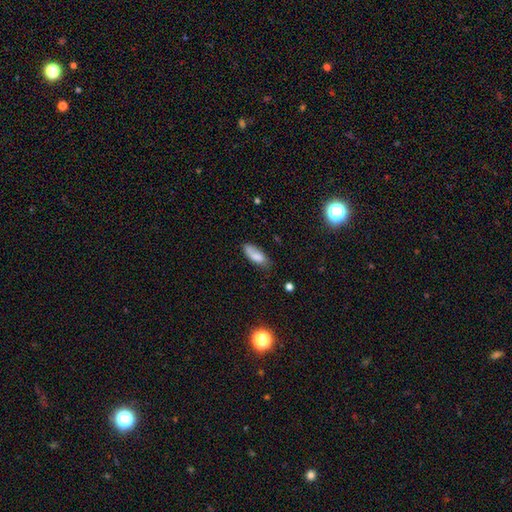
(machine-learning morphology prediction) A smooth galaxy with no disk features (80%) that is in between round and cigar-shaped (81%). Merging: none (59%).